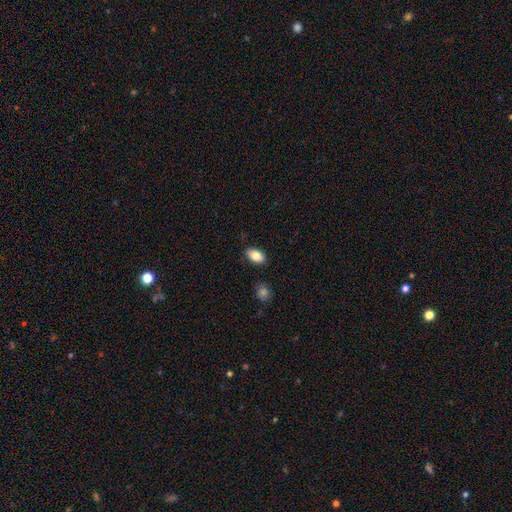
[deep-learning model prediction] Smooth or featured?
  - smooth: 82% *
  - featured or disk: 10%
  - star or artifact: 8%
How rounded?
  - in between: 90% *
  - round: 8%
  - cigar-shaped: 2%
Merging?
  - none: 85% *
  - minor disturbance: 12%
  - major disturbance: 2%
  - merger: 2%